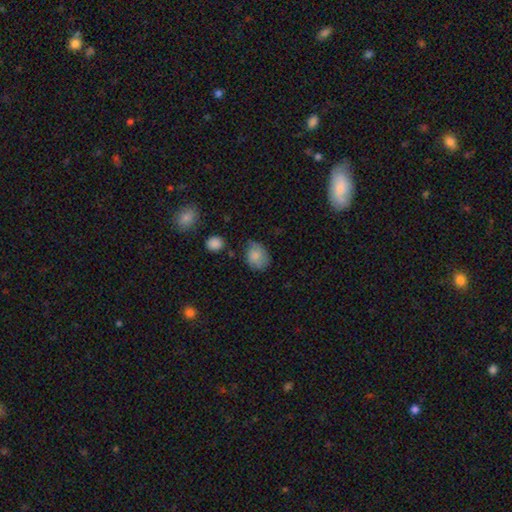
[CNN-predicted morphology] The model was most divided on "how rounded": in between: 57%, round: 42%, cigar-shaped: 1%. More confident: smooth or featured — smooth (81%); merging — none (60%).